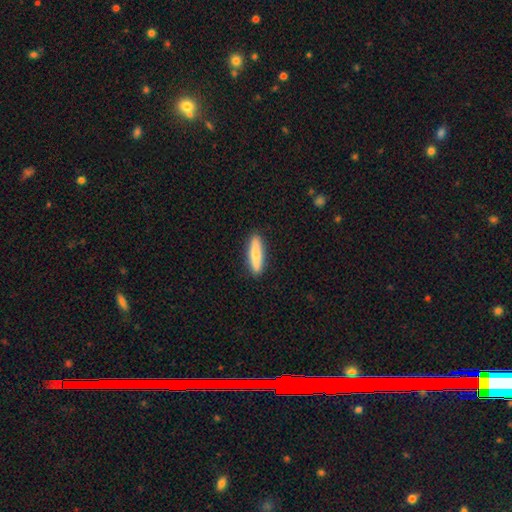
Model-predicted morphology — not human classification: Smooth or featured?
  - smooth: 72% *
  - featured or disk: 23%
  - star or artifact: 5%
How rounded?
  - cigar-shaped: 77% *
  - in between: 21%
  - round: 2%
Merging?
  - none: 91% *
  - minor disturbance: 7%
  - major disturbance: 2%
  - merger: 1%